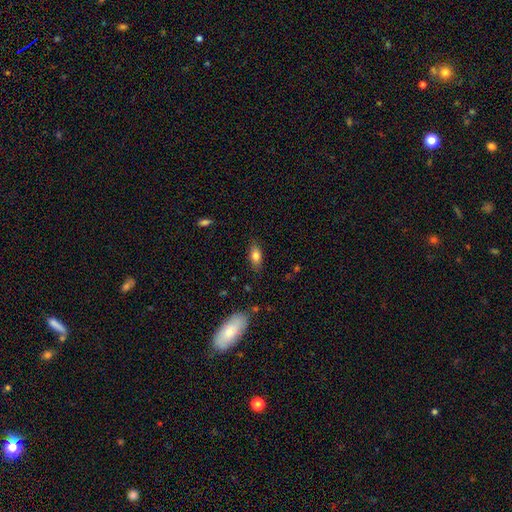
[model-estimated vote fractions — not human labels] smooth 78%, featured or disk 13%, star or artifact 8%. Down the decision tree: how rounded — in between (82%); merging — none (83%).